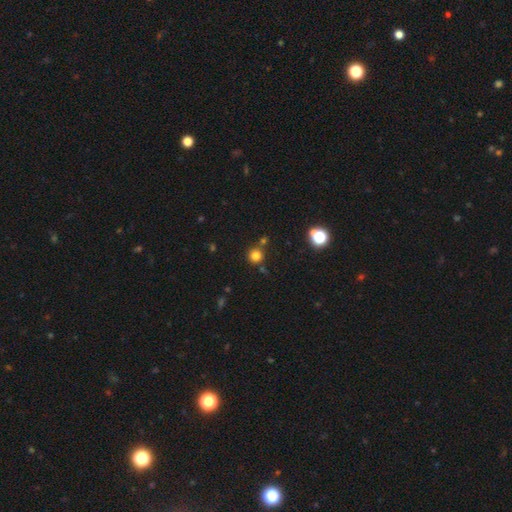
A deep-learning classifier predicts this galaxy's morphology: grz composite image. It shows a smooth galaxy with no disk features (78%) that is round (94%). Merging: none (77%).